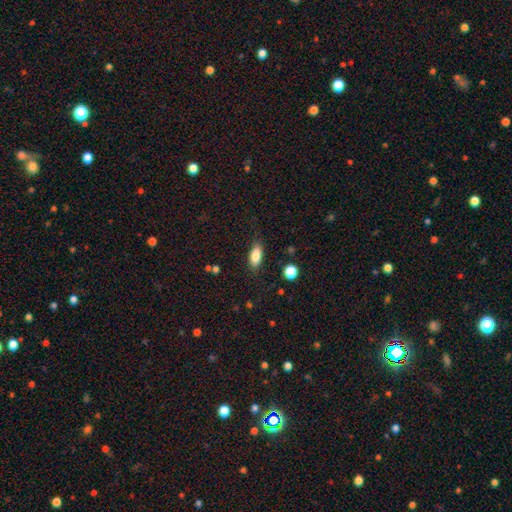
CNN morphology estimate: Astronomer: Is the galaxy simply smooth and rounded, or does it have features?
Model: smooth — 84%.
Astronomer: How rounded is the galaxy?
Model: in between — 82%.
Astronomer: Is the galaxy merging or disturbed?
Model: none — 83%.